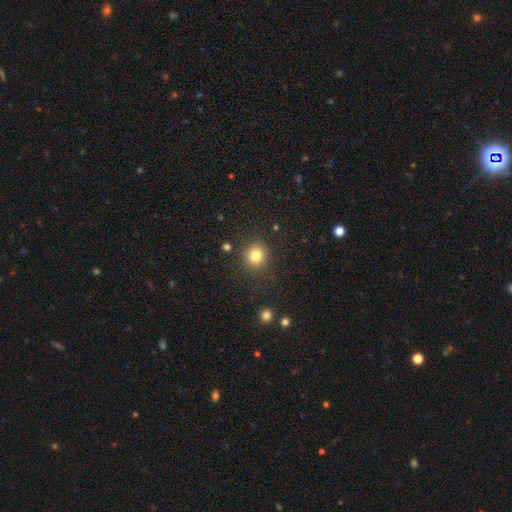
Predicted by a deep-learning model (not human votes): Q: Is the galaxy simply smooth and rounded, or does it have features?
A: smooth — 81%.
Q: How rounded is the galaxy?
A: round — 89%.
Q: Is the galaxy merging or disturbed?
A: none — 86%.